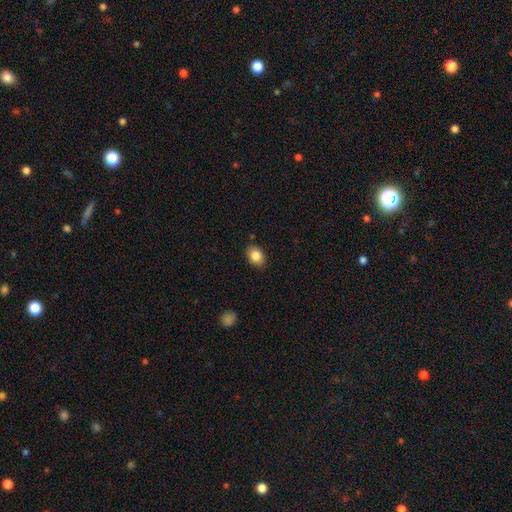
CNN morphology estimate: Smooth or featured? smooth (85%)
How rounded? in between (75%)
Merging? none (85%)